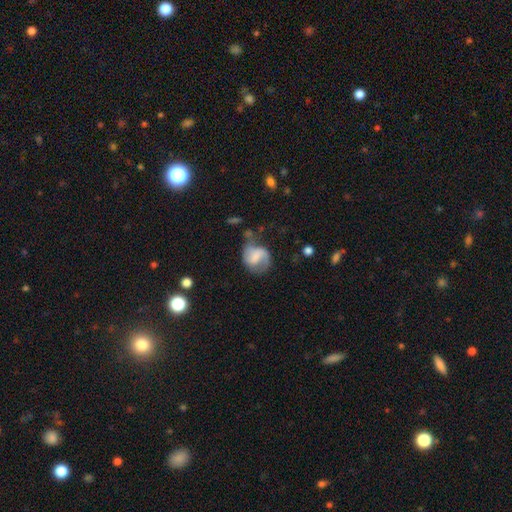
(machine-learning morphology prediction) Smooth or featured? Predicted: featured or disk (p=0.51). Edge-on disk? Predicted: no (p=0.97). Merging? Predicted: none (p=0.45).